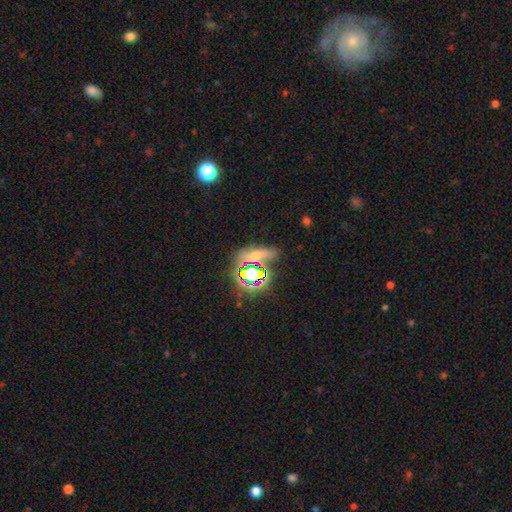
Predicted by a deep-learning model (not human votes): Q: Smooth or featured?
A: star or artifact (49%); runner-up: smooth (31%)